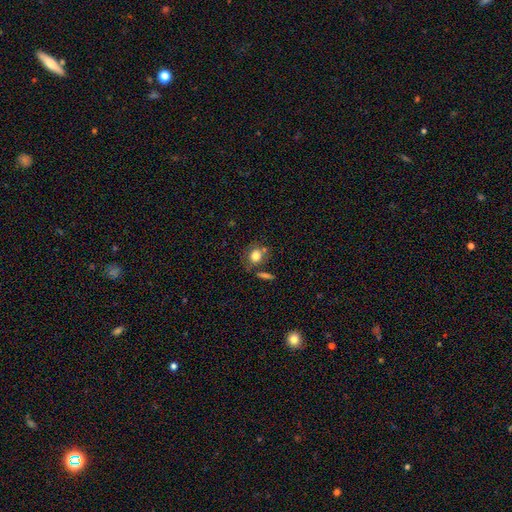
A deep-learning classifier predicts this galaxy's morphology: The model was most divided on "how rounded": round: 54%, in between: 44%, cigar-shaped: 2%. More confident: smooth or featured — smooth (79%); merging — none (58%).